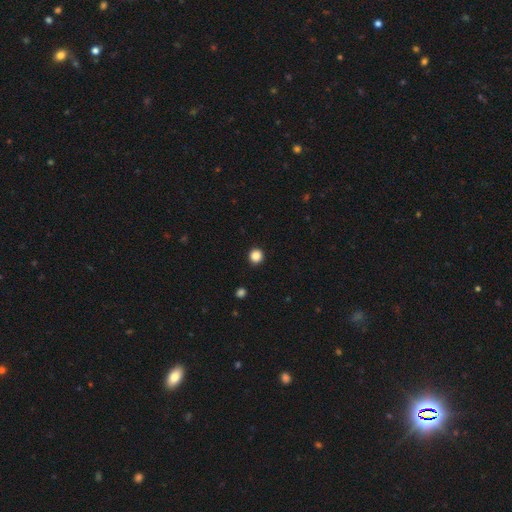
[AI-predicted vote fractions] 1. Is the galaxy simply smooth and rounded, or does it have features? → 86% smooth, 11% star or artifact, 3% featured or disk.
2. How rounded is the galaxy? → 93% round, 6% in between, 1% cigar-shaped.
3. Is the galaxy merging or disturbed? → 93% none, 4% minor disturbance, 2% major disturbance, 1% merger.